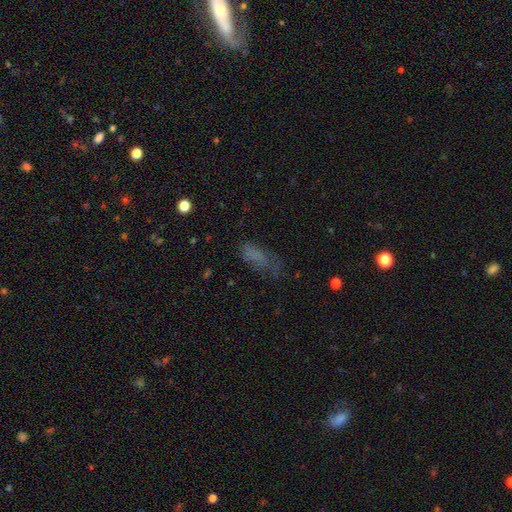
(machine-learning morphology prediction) smooth-or-featured: smooth: 61% | featured or disk: 20% | star or artifact: 19%
  how-rounded: in between: 68% | cigar-shaped: 28% | round: 4%
  merging: none: 42% | minor disturbance: 27% | major disturbance: 27% | merger: 3%